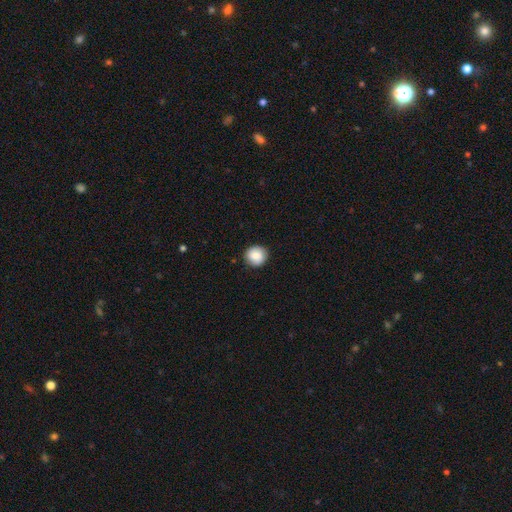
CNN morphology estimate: Smooth or featured? Predicted: smooth (p=0.85). How rounded? Predicted: round (p=0.92). Merging? Predicted: none (p=0.89).